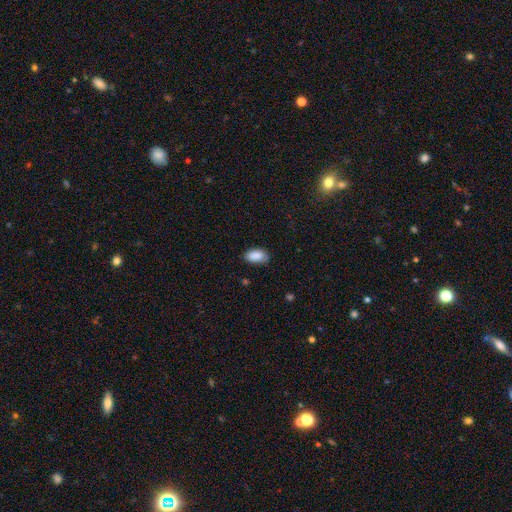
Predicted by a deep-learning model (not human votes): Morphology: type=smooth (88%); roundness=in between (93%); merging=none (75%).